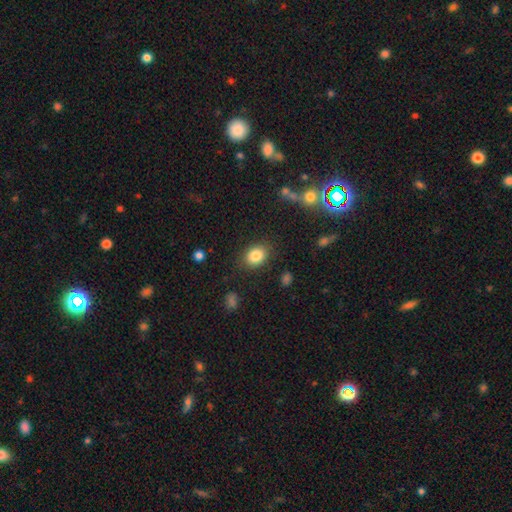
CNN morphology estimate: The model was most divided on "how rounded": in between: 63%, round: 36%, cigar-shaped: 1%. More confident: smooth or featured — smooth (84%); merging — none (84%).